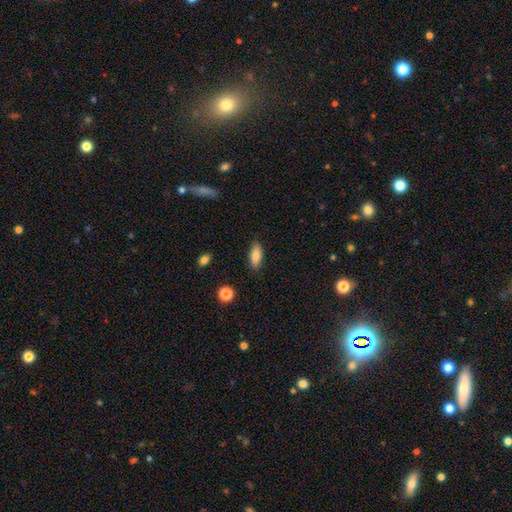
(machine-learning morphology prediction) smooth_or_featured: smooth (p=0.86) [alt: star or artifact p=0.07]
how_rounded: in between (p=0.80) [alt: cigar-shaped p=0.17]
merging: none (p=0.86) [alt: minor disturbance p=0.10]